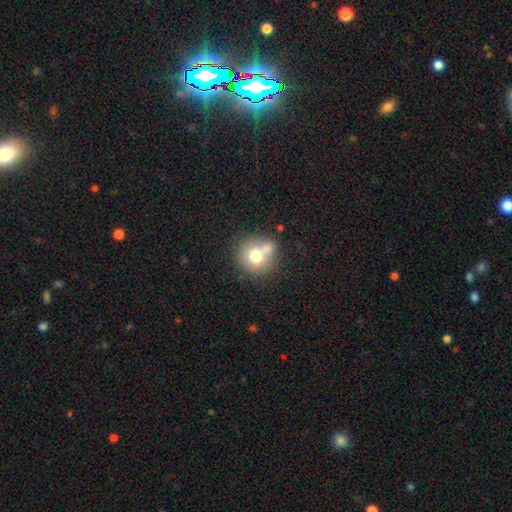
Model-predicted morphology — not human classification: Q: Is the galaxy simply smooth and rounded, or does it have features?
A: smooth — 70%.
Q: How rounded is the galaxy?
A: round — 84%.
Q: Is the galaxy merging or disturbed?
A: none — 49%.